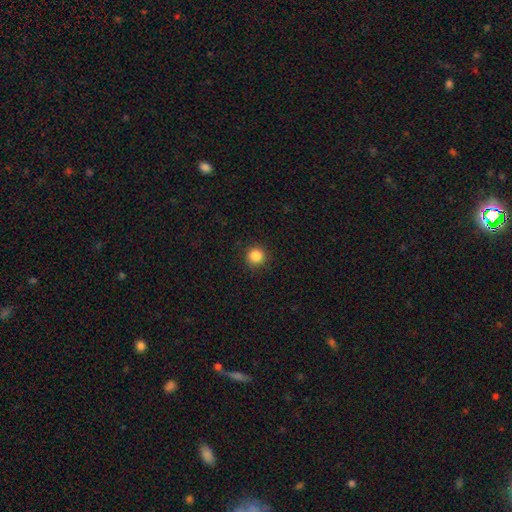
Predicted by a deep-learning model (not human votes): smooth_or_featured: smooth (p=0.86) [alt: star or artifact p=0.11]
how_rounded: round (p=0.95) [alt: in between p=0.04]
merging: none (p=0.91) [alt: minor disturbance p=0.06]